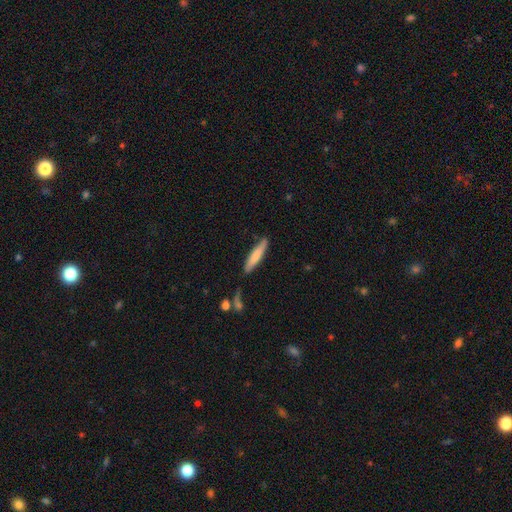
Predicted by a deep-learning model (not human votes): A smooth galaxy with no disk features (74%) that is cigar-shaped (87%).

Vote fractions:
- Smooth or featured? smooth: 74% / featured or disk: 20% / star or artifact: 5%
- How rounded? cigar-shaped: 87% / in between: 12% / round: 1%
- Merging? none: 77% / minor disturbance: 16% / merger: 4% / major disturbance: 3%